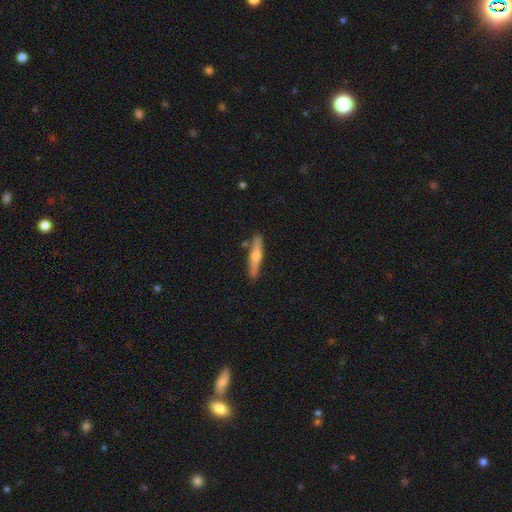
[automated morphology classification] Smooth or featured?
  - featured or disk: 52% *
  - smooth: 42%
  - star or artifact: 6%
Edge-on disk?
  - yes: 94% *
  - no: 6%
Merging?
  - none: 86% *
  - minor disturbance: 9%
  - merger: 3%
  - major disturbance: 2%